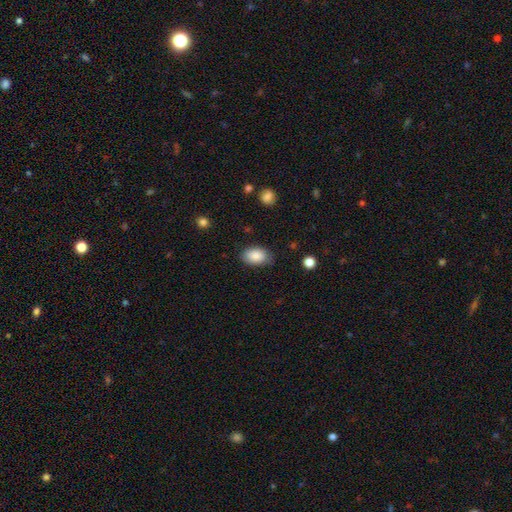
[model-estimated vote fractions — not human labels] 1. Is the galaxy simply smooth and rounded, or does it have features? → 87% smooth, 7% star or artifact, 6% featured or disk.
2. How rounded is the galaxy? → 89% in between, 10% round, 1% cigar-shaped.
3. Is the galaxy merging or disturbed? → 77% none, 18% minor disturbance, 4% major disturbance, 1% merger.